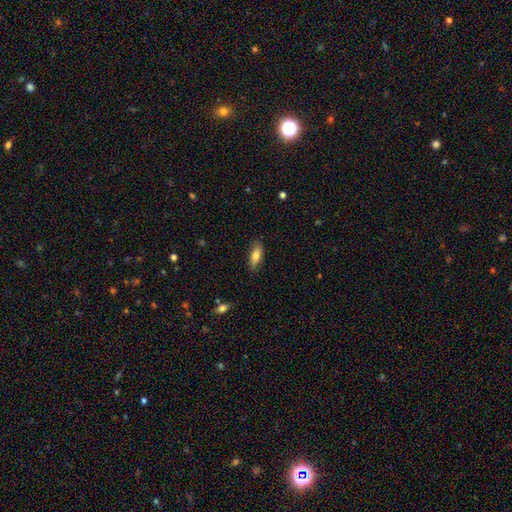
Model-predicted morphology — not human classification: This appears to be a smooth galaxy with no disk features (76%) that is in between round and cigar-shaped (72%). Merging: none (83%).